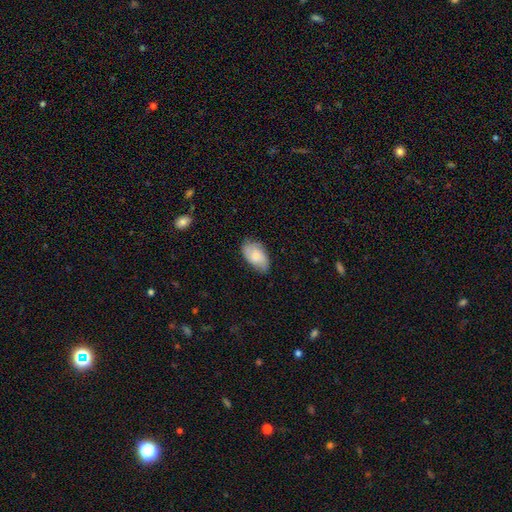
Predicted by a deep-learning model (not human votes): Morphology: type=smooth (68%); roundness=in between (93%); merging=none (73%).